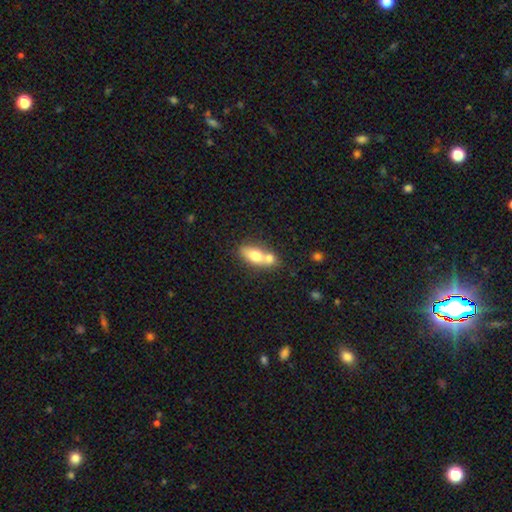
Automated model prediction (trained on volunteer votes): smooth 68%, featured or disk 24%, star or artifact 7%. Down the decision tree: how rounded — in between (74%); merging — merger (57%).